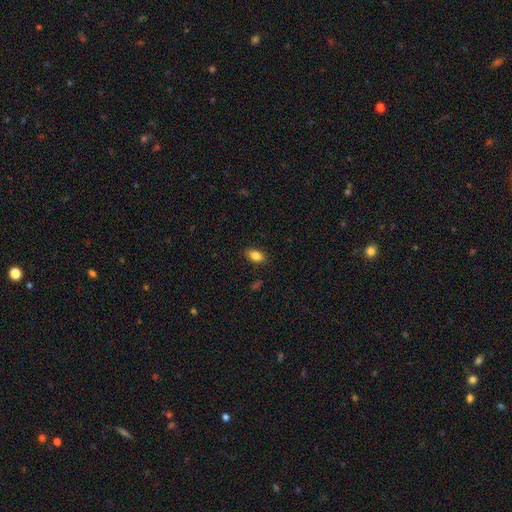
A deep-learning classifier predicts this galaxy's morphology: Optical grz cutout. It shows a smooth galaxy with no disk features (84%) that is in between round and cigar-shaped (88%). Merging: none (87%).